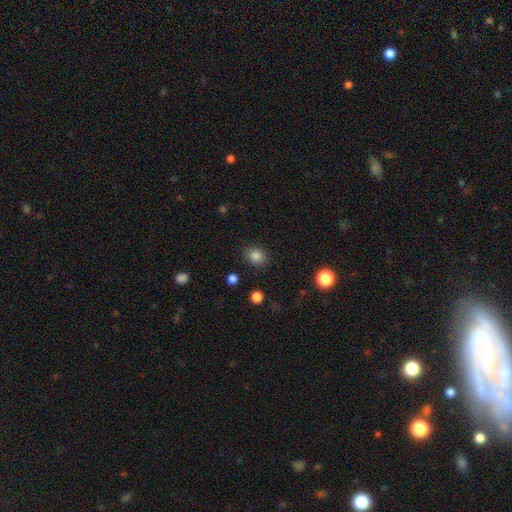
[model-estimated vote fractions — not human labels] smooth_or_featured: smooth (p=0.84) [alt: star or artifact p=0.11]
how_rounded: round (p=0.60) [alt: in between p=0.39]
merging: none (p=0.86) [alt: minor disturbance p=0.10]